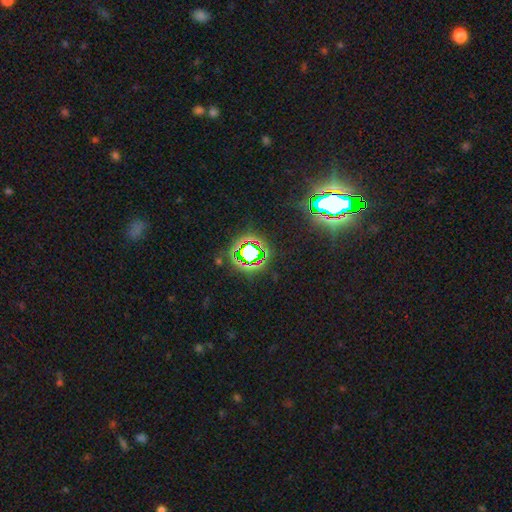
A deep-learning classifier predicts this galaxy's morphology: star or artifact 79%, smooth 13%, featured or disk 7%.